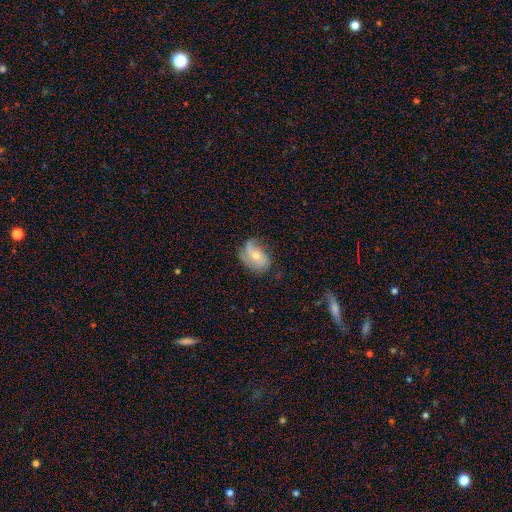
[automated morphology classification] Smooth or featured? Predicted: featured or disk (p=0.63). Edge-on disk? Predicted: no (p=0.96). Bar? Predicted: no (p=0.66). Spiral arms? Predicted: yes (p=0.83). Bulge size? Predicted: moderate (p=0.53). Merging? Predicted: none (p=0.55).